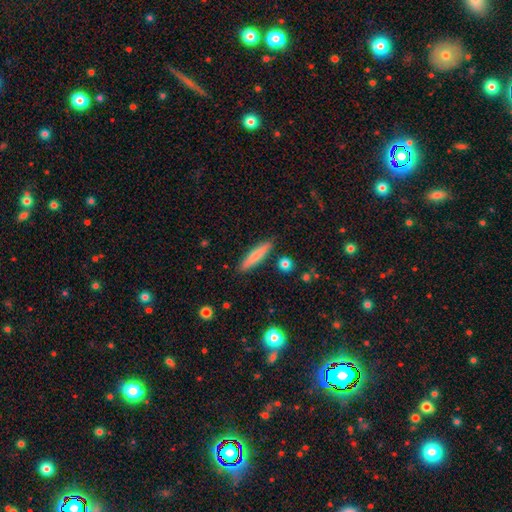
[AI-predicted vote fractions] Smooth or featured: smooth — 73% (featured or disk — 21%)
How rounded: cigar-shaped — 85% (in between — 14%)
Merging: none — 88% (minor disturbance — 8%)